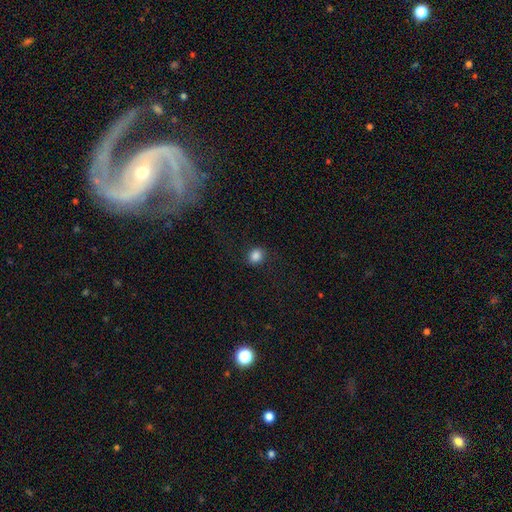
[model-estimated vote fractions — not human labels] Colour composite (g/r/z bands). It shows a smooth galaxy with no disk features (86%) that is round (73%). Merging: none (87%).